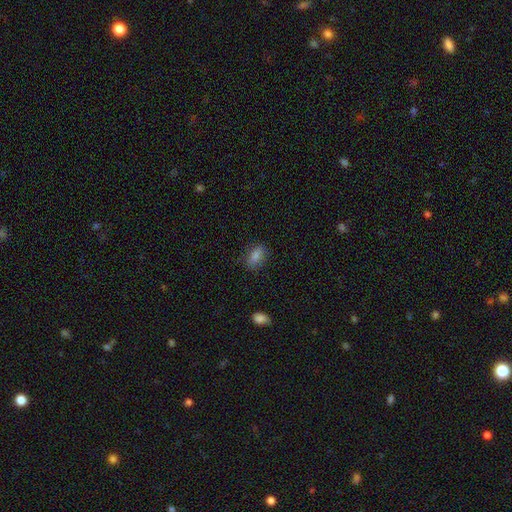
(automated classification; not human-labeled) Smooth or featured? Predicted: smooth (p=0.77). How rounded? Predicted: in between (p=0.80). Merging? Predicted: none (p=0.82).